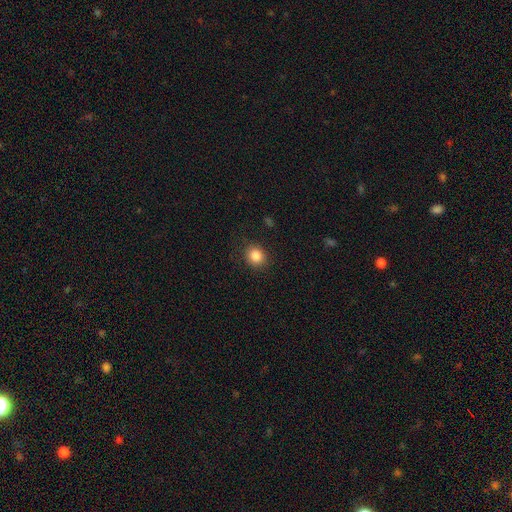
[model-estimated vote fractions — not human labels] Smooth or featured: smooth — 85% (star or artifact — 11%)
How rounded: round — 82% (in between — 17%)
Merging: none — 88% (minor disturbance — 8%)